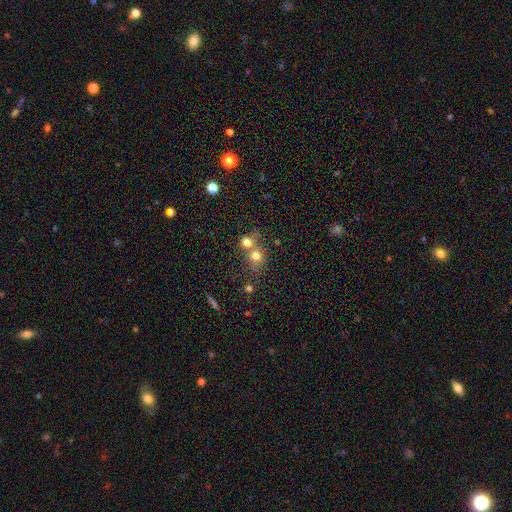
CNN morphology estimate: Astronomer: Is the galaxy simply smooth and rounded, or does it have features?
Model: smooth — 73%.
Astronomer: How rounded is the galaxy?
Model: round — 80%.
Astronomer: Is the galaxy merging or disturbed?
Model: merger — 50% (runner-up: none, 40%).